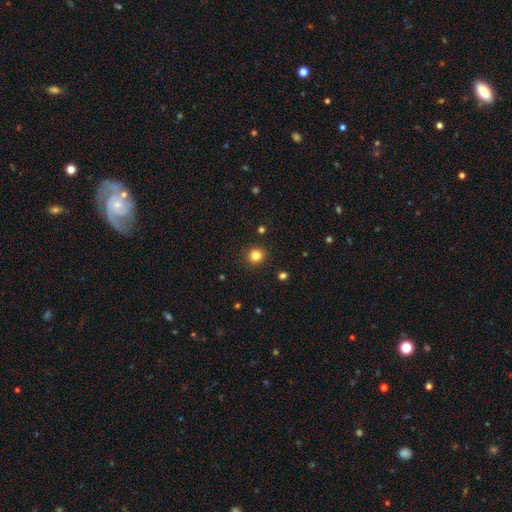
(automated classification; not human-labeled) smooth 83%, star or artifact 12%, featured or disk 5%. Down the decision tree: how rounded — round (89%); merging — none (91%).